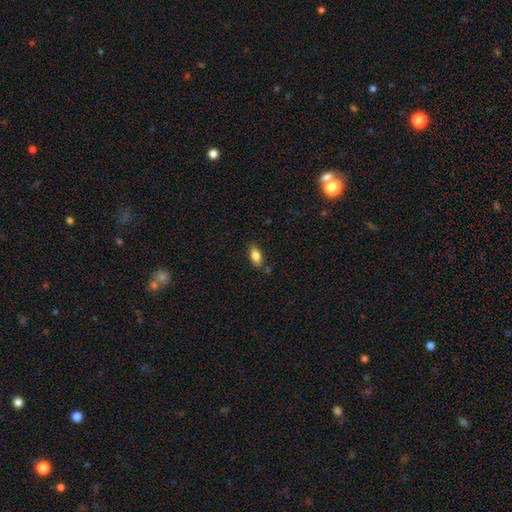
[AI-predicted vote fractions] This appears to be a smooth galaxy with no disk features (83%) that is in between round and cigar-shaped (88%). Merging: none (80%).